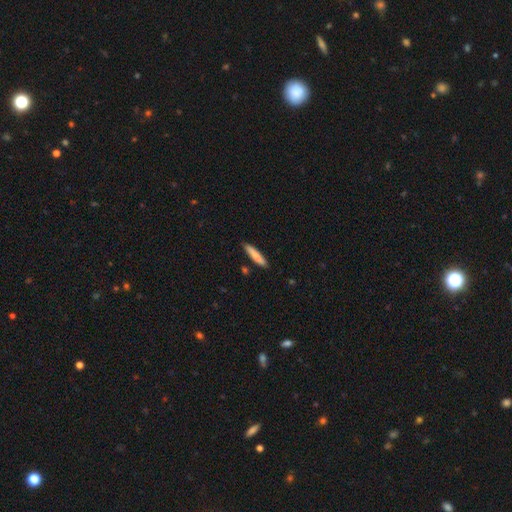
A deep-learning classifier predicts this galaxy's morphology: This appears to be a smooth galaxy with no disk features (82%) that is cigar-shaped (90%). Merging: none (87%).